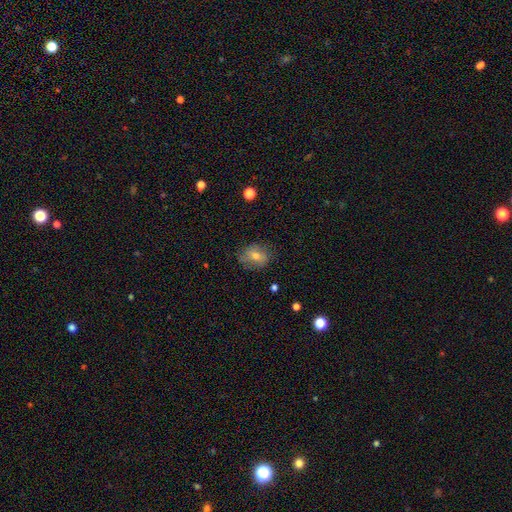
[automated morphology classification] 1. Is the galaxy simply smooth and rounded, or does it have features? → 65% smooth, 25% featured or disk, 10% star or artifact.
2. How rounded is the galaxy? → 55% in between, 43% round, 1% cigar-shaped.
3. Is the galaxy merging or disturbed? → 68% none, 23% minor disturbance, 8% major disturbance, 1% merger.